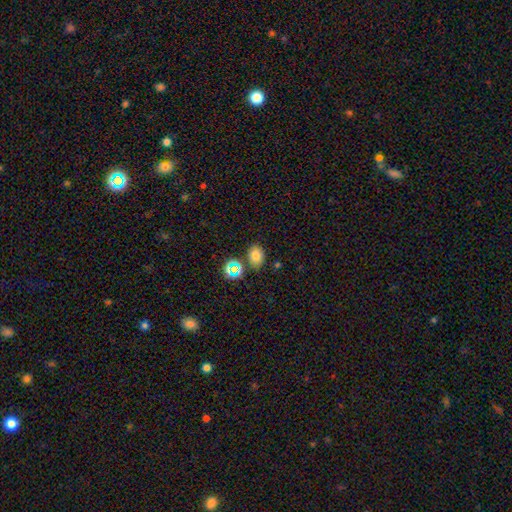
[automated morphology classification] This appears to be a smooth galaxy with no disk features (74%) that is in between round and cigar-shaped (63%). Merging: none (78%).